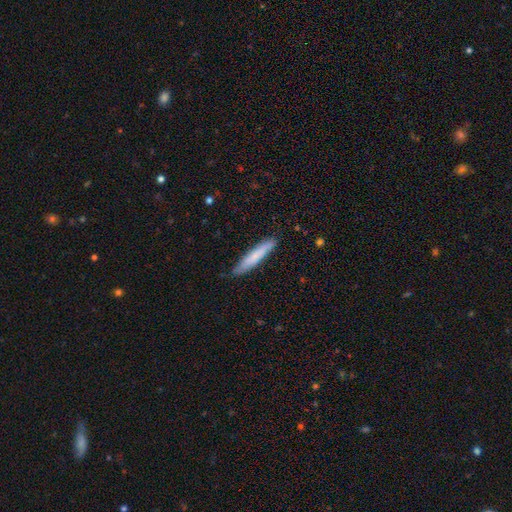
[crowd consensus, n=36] Q: Smooth or featured?
A: smooth (86%); runner-up: featured or disk (11%)
Q: How rounded?
A: cigar-shaped (90%); runner-up: in between (6%)
Q: Merging?
A: none (94%); runner-up: minor disturbance (3%)